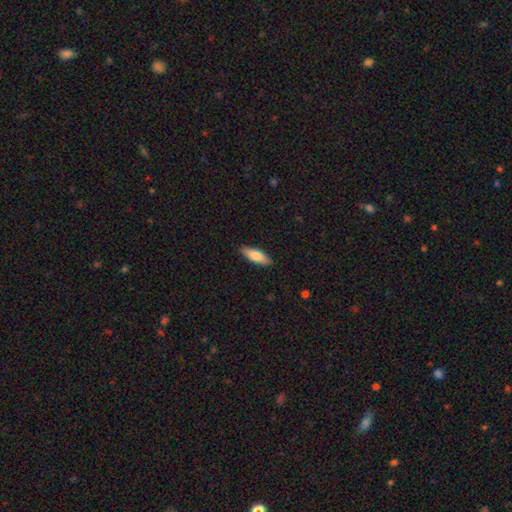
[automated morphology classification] Smooth or featured? Predicted: smooth (p=0.79). How rounded? Predicted: in between (p=0.62). Merging? Predicted: none (p=0.88).